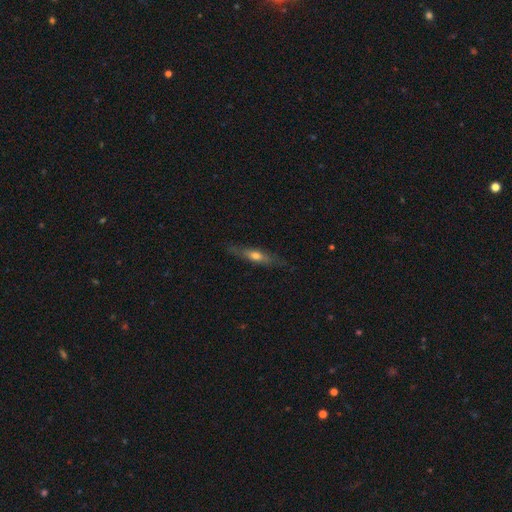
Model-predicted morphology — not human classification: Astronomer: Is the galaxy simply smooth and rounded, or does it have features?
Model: featured or disk — 48% (runner-up: smooth, 46%).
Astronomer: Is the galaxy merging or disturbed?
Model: none — 80%.